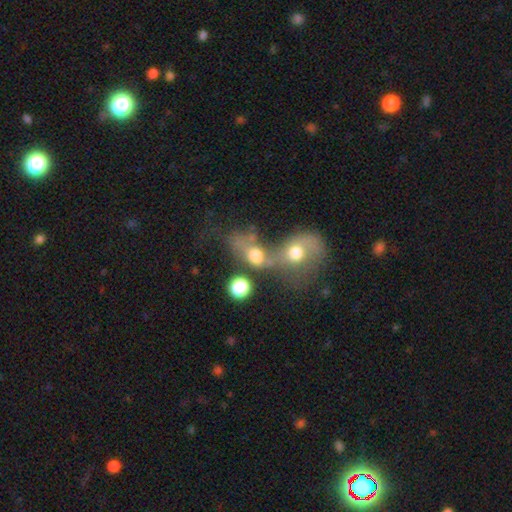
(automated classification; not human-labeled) This is likely a smooth galaxy (61%). How rounded: possibly in between (51%). Merging: likely merger (71%).